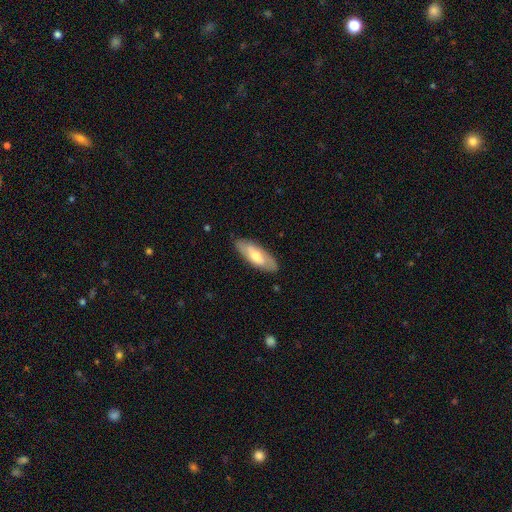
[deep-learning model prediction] Smooth or featured? smooth (53%)
How rounded? in between (72%)
Merging? none (83%)